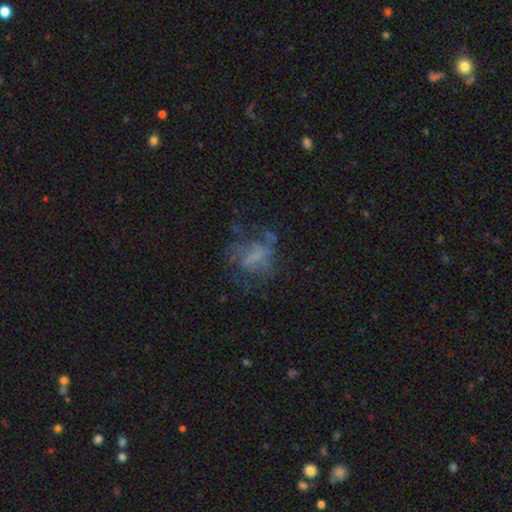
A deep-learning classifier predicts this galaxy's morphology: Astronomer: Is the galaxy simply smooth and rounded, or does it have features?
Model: featured or disk — 50% (runner-up: smooth, 29%).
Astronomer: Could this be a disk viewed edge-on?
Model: no — 96%.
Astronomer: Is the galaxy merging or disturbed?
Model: none — 45% (runner-up: major disturbance, 33%).